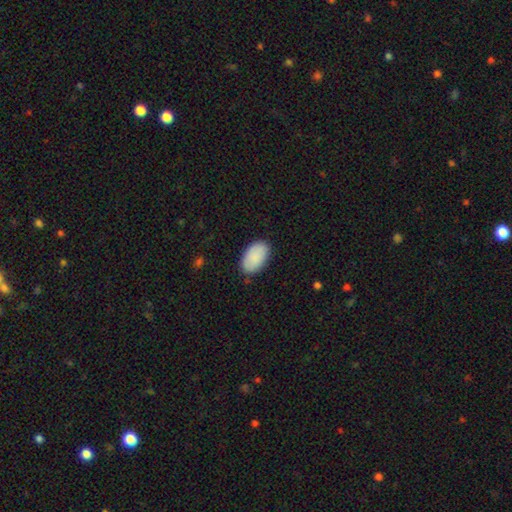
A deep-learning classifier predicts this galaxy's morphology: smooth 89%, star or artifact 6%, featured or disk 5%. Down the decision tree: how rounded — in between (95%); merging — none (85%).